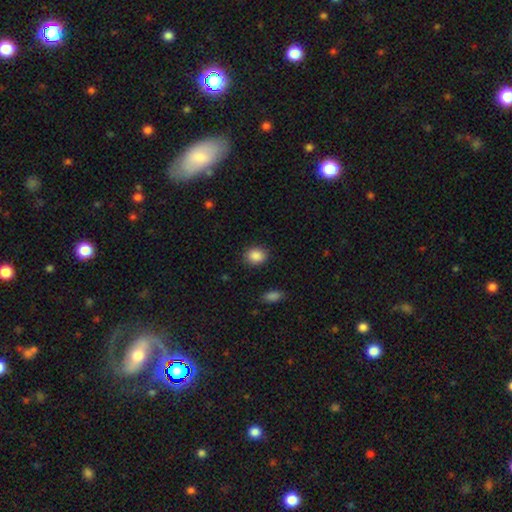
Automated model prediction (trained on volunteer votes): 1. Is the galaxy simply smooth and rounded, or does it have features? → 88% smooth, 8% star or artifact, 4% featured or disk.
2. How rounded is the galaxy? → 57% round, 42% in between, 1% cigar-shaped.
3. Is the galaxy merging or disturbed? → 86% none, 10% minor disturbance, 3% major disturbance, 1% merger.